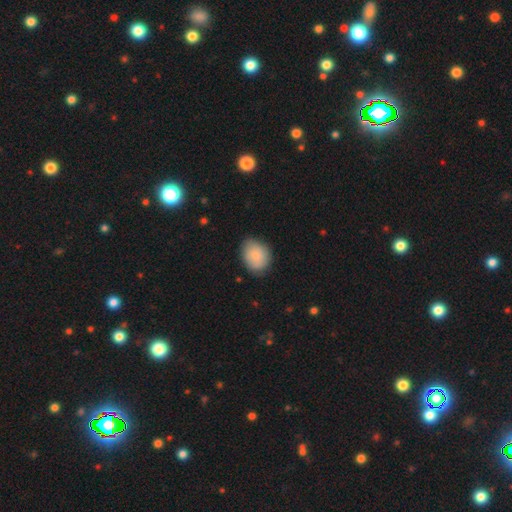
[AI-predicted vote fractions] Smooth or featured? Predicted: smooth (p=0.81). How rounded? Predicted: in between (p=0.61). Merging? Predicted: none (p=0.76).